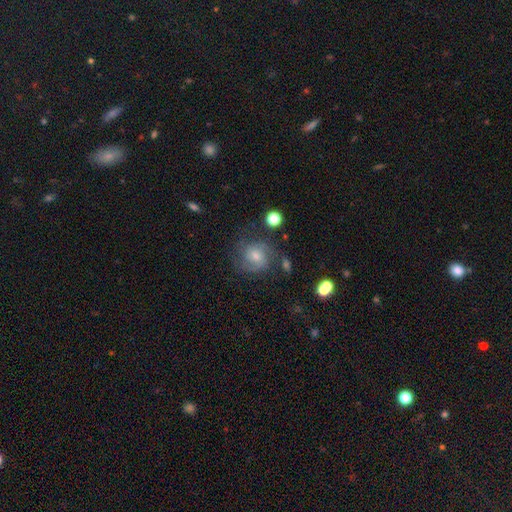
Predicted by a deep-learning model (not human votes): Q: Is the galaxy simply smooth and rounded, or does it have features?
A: featured or disk — 69%.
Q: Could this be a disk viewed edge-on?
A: no — 98%.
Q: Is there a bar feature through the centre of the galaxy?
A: no — 62%.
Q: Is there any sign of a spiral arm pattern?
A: yes — 93%.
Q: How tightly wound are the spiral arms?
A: tight — 45%.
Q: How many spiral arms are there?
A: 2 — 52%.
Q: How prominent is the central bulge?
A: moderate — 50%.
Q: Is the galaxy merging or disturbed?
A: none — 70%.